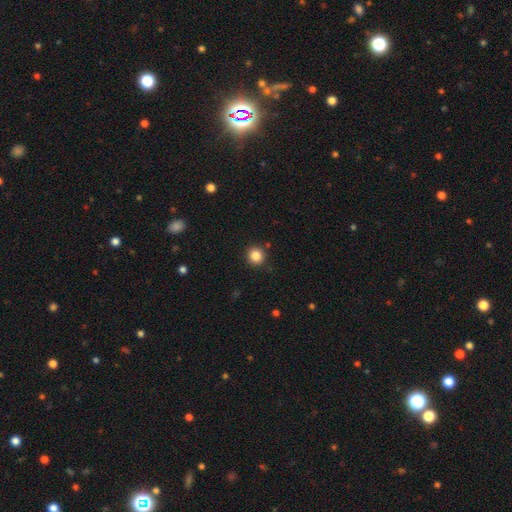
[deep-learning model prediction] This appears to be a smooth galaxy with no disk features (85%) that is round (89%). Merging: none (89%).